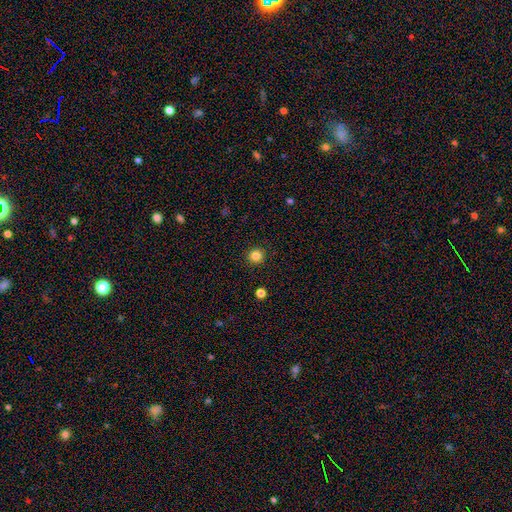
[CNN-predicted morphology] Overall: smooth (83%). How rounded: round (94%). Merging: none (92%).